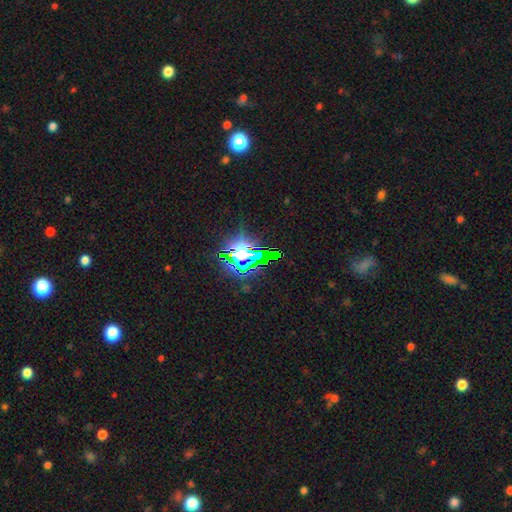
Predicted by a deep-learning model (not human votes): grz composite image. It shows a star or artifact, not a galaxy (77%).